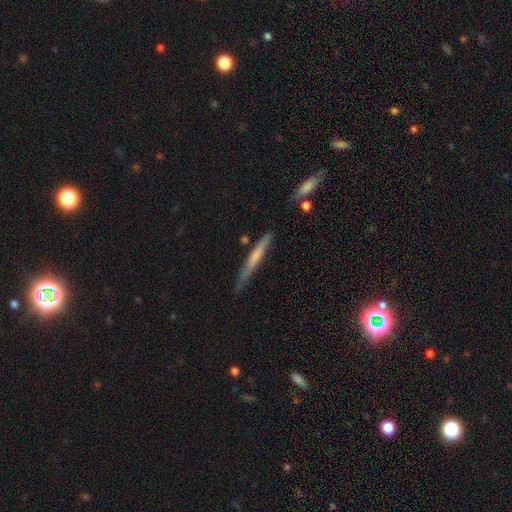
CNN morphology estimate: Smooth or featured? smooth (51%)
How rounded? cigar-shaped (95%)
Merging? none (75%)